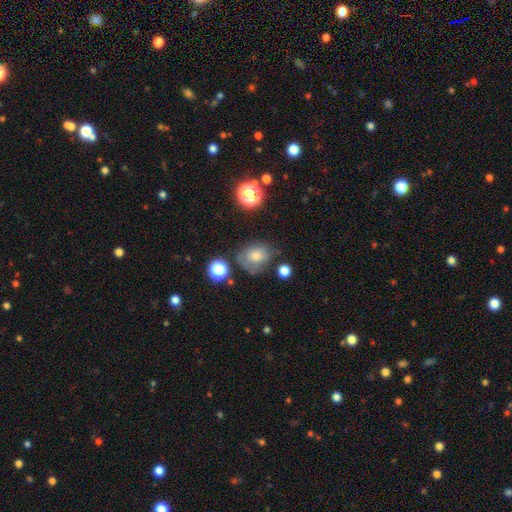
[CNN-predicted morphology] type=smooth (63%); roundness=round (55%); merging=none (58%).